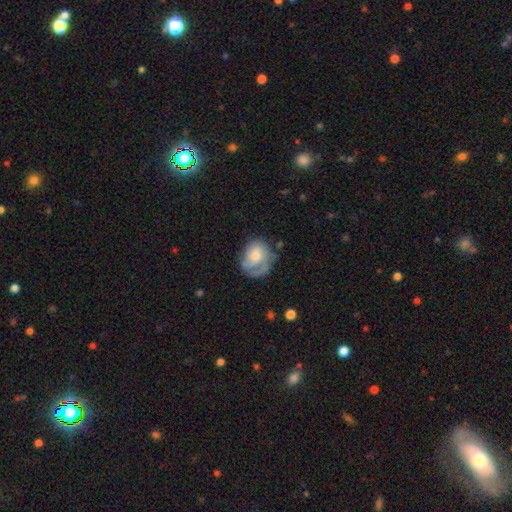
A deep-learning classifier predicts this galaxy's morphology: Smooth or featured? featured or disk (53%)
Edge-on disk? no (97%)
Bar? no (76%)
Spiral arms? yes (75%)
Bulge size? moderate (43%)
Merging? none (52%)